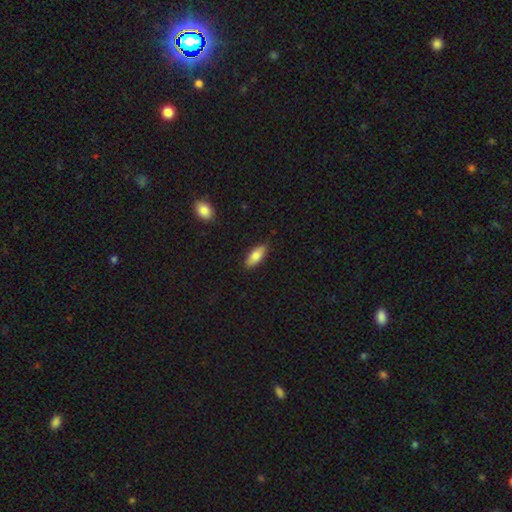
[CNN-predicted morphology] This is clearly a smooth galaxy (83%). How rounded: likely in between (79%). Merging: clearly none (86%).